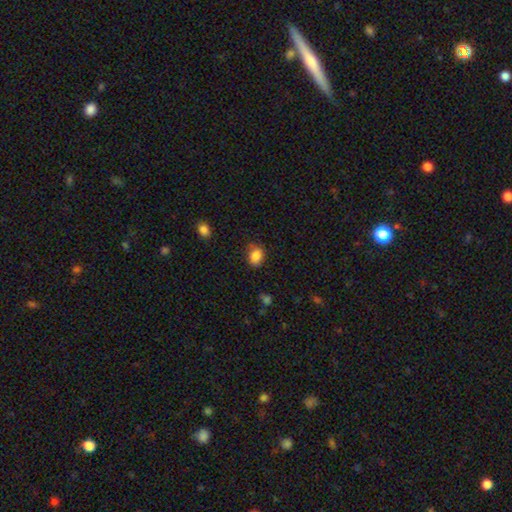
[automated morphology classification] smooth_or_featured: smooth (p=0.85) [alt: star or artifact p=0.09]
how_rounded: in between (p=0.62) [alt: round p=0.37]
merging: none (p=0.73) [alt: minor disturbance p=0.21]